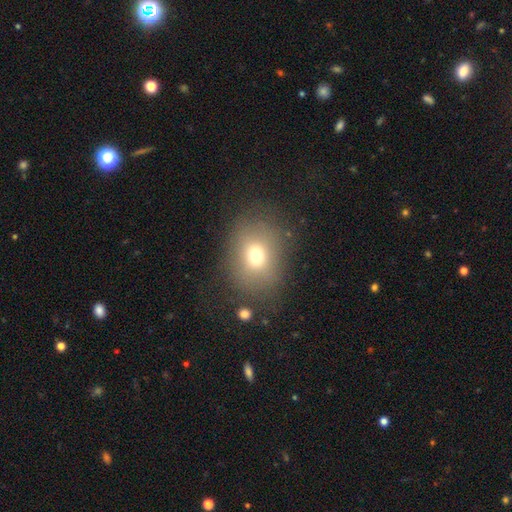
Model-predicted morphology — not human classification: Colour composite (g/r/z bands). It shows a smooth galaxy with no disk features (70%) that is round (50%). Merging: none (75%).